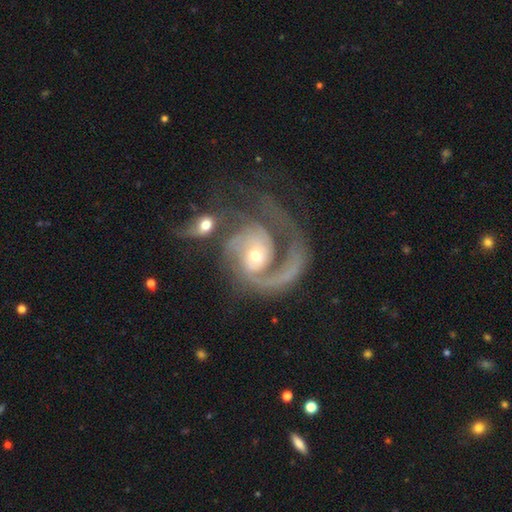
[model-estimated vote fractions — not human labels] Morphology: type=featured or disk (88%); edge-on=no (98%); bar=no (64%); spiral arms=yes (96%); winding=medium (41%); arm count=1 (52%); bulge=moderate (52%); merging=major disturbance (34%).